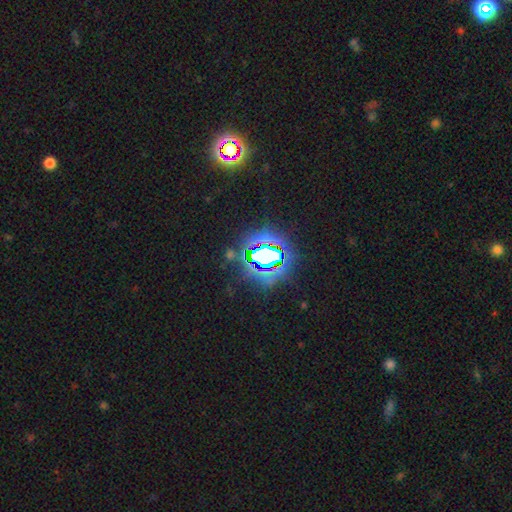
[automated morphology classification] type=star or artifact (81%).